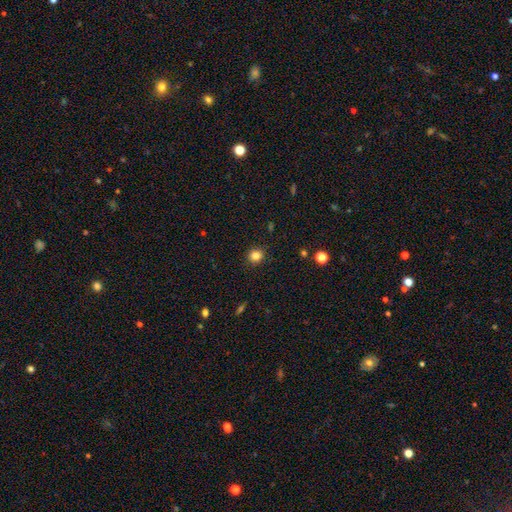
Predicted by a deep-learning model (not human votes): Q: Smooth or featured?
A: smooth (83%); runner-up: star or artifact (12%)
Q: How rounded?
A: round (85%); runner-up: in between (14%)
Q: Merging?
A: none (90%); runner-up: minor disturbance (7%)